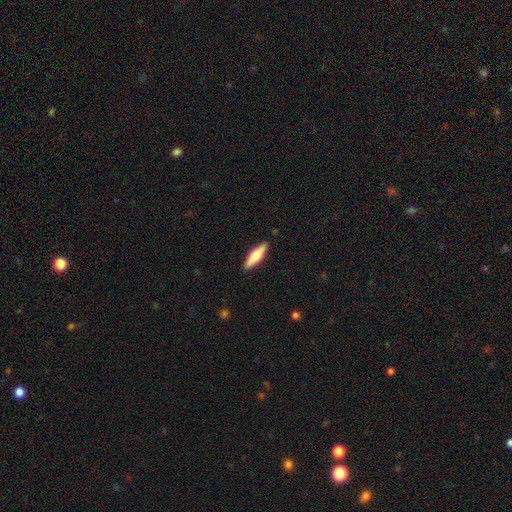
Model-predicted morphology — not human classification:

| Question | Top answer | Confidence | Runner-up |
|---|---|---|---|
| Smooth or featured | smooth | 58% | featured or disk (37%) |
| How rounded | cigar-shaped | 62% | in between (36%) |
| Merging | none | 90% | minor disturbance (8%) |